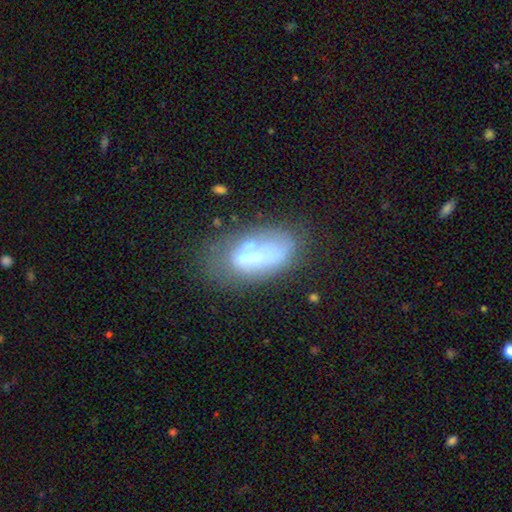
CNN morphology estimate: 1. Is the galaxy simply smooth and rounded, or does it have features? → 49% smooth, 40% featured or disk, 11% star or artifact.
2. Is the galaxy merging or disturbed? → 43% none, 24% minor disturbance, 19% major disturbance, 14% merger.